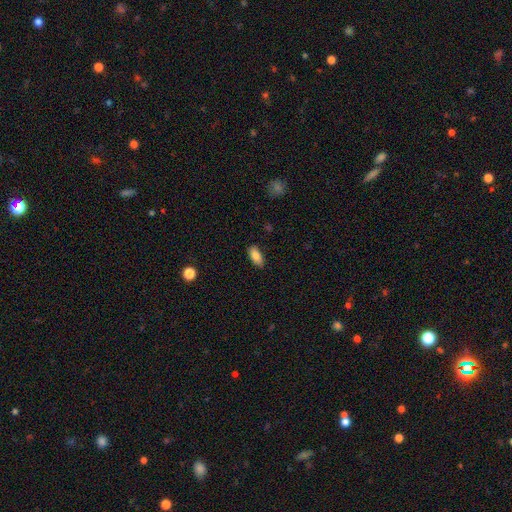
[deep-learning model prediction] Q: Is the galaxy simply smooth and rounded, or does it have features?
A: smooth — 84%.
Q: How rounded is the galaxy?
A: in between — 88%.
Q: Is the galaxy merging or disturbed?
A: none — 86%.